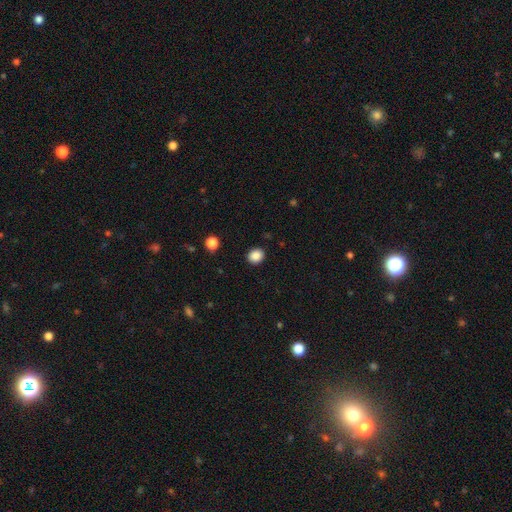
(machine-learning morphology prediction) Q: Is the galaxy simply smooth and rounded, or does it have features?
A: smooth — 88%.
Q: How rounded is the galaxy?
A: round — 77%.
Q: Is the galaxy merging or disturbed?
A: none — 91%.